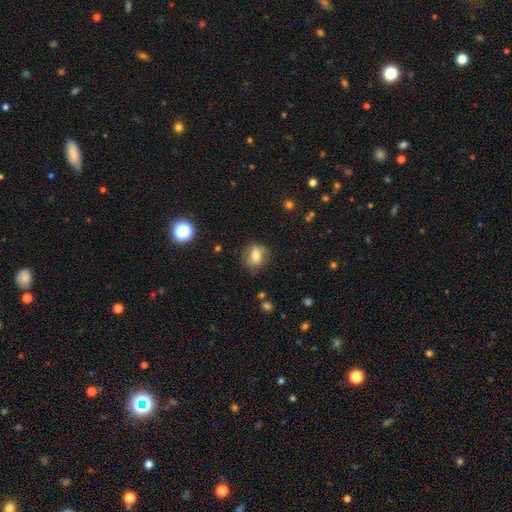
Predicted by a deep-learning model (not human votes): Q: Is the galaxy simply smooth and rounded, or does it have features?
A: smooth — 67%.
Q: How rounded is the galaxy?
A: round — 51%.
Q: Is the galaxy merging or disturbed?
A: none — 78%.